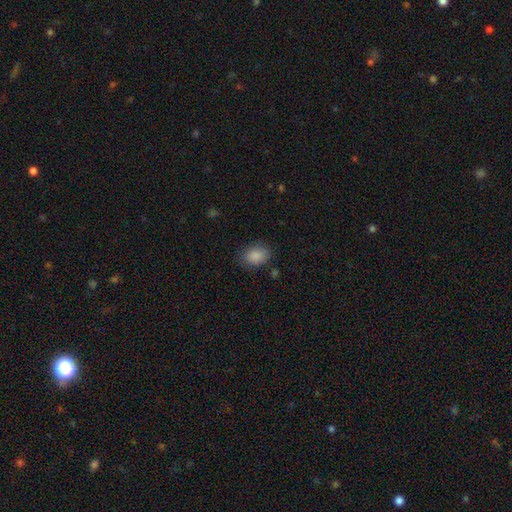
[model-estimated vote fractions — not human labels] smooth-or-featured: smooth: 87% | star or artifact: 8% | featured or disk: 4%
  how-rounded: in between: 64% | round: 35% | cigar-shaped: 1%
  merging: none: 80% | minor disturbance: 15% | major disturbance: 4% | merger: 2%